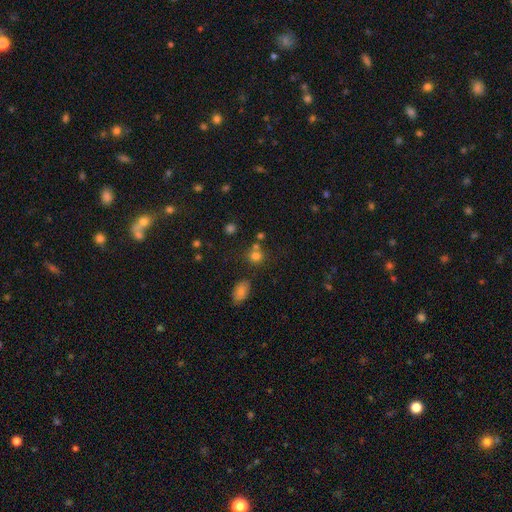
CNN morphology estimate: A smooth galaxy with no disk features (75%) that is round (83%).

Vote fractions:
- Smooth or featured? smooth: 75% / star or artifact: 17% / featured or disk: 8%
- How rounded? round: 83% / in between: 16% / cigar-shaped: 1%
- Merging? none: 61% / merger: 24% / minor disturbance: 10% / major disturbance: 4%